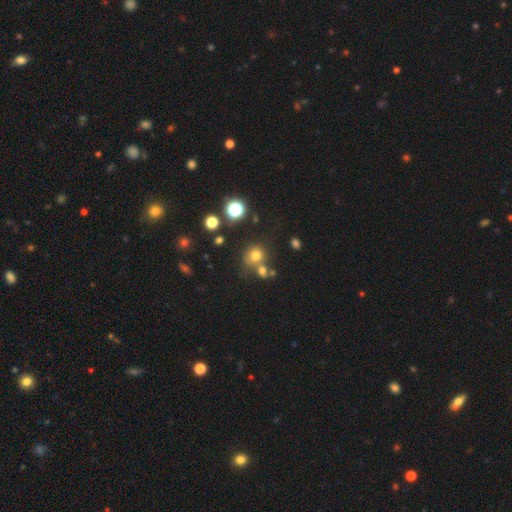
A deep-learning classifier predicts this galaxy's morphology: This appears to be a smooth galaxy with no disk features (72%) that is round (84%). Merging: none (58%).